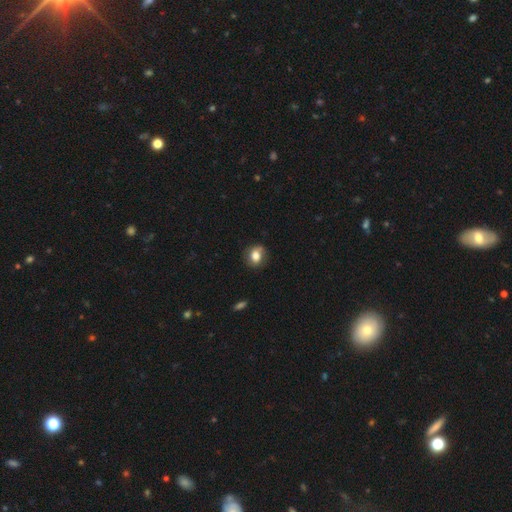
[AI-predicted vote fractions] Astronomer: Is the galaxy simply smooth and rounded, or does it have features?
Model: smooth — 72%.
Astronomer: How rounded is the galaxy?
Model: round — 60% (runner-up: in between, 39%).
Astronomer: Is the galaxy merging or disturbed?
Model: none — 78%.